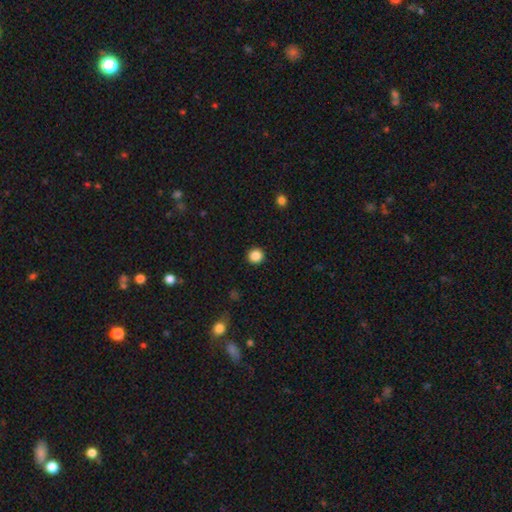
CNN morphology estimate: Q: Smooth or featured?
A: smooth (86%); runner-up: star or artifact (11%)
Q: How rounded?
A: round (94%); runner-up: in between (5%)
Q: Merging?
A: none (93%); runner-up: minor disturbance (4%)